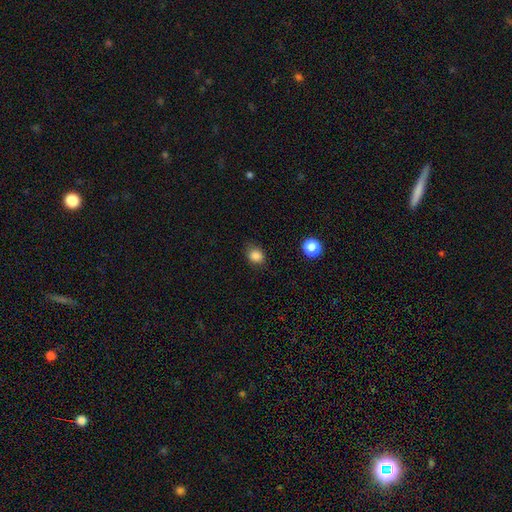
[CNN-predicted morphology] Smooth or featured? Predicted: smooth (p=0.85). How rounded? Predicted: round (p=0.63). Merging? Predicted: none (p=0.79).